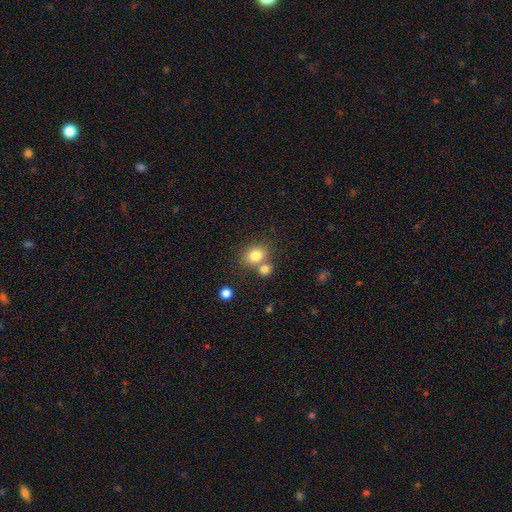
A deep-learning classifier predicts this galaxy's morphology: smooth_or_featured: smooth (p=0.81) [alt: star or artifact p=0.11]
how_rounded: round (p=0.58) [alt: in between p=0.41]
merging: none (p=0.55) [alt: merger p=0.31]